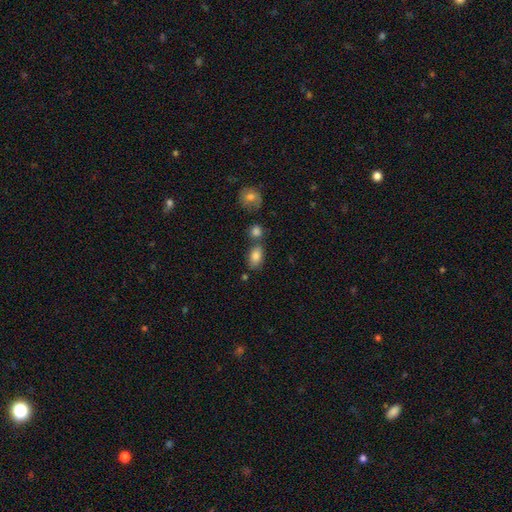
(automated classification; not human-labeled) smooth-or-featured: smooth: 84% | star or artifact: 8% | featured or disk: 8%
  how-rounded: in between: 87% | round: 11% | cigar-shaped: 2%
  merging: none: 64% | merger: 18% | minor disturbance: 14% | major disturbance: 4%